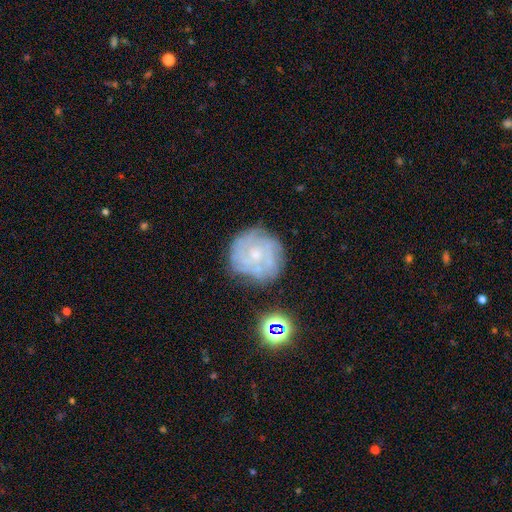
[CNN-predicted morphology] Smooth or featured? Predicted: featured or disk (p=0.70). Edge-on disk? Predicted: no (p=0.98). Bar? Predicted: no (p=0.79). Spiral arms? Predicted: yes (p=0.81). Spiral winding? Predicted: tight (p=0.70). Spiral arm count? Predicted: can't tell (p=0.48). Bulge size? Predicted: small (p=0.63). Merging? Predicted: none (p=0.70).